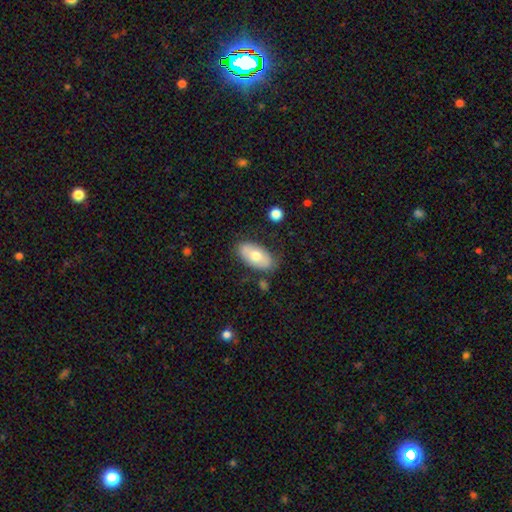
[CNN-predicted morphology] Q: Smooth or featured?
A: smooth (66%); runner-up: featured or disk (28%)
Q: How rounded?
A: in between (93%); runner-up: round (4%)
Q: Merging?
A: none (76%); runner-up: minor disturbance (16%)